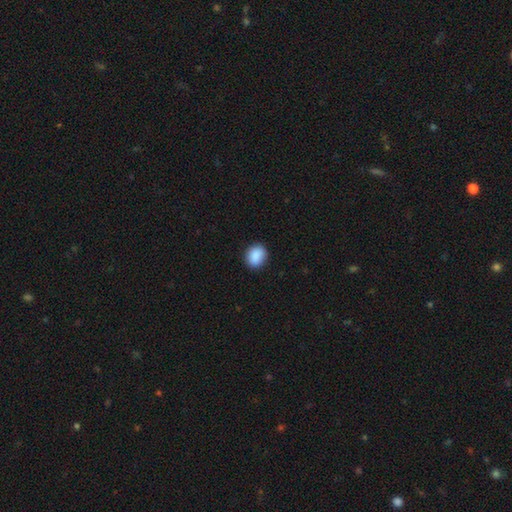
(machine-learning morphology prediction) The model was most divided on "how rounded": round: 59%, in between: 40%, cigar-shaped: 1%. More confident: smooth or featured — smooth (89%); merging — none (89%).